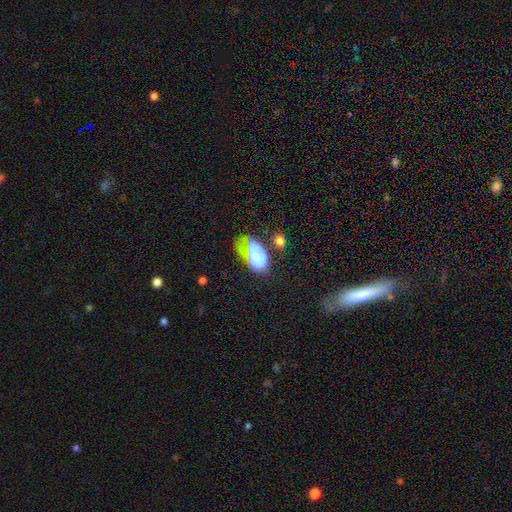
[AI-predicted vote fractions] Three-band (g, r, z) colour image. It shows a smooth galaxy with no disk features (57%) that is in between round and cigar-shaped (90%). Merging: none (32%, tied with minor disturbance).